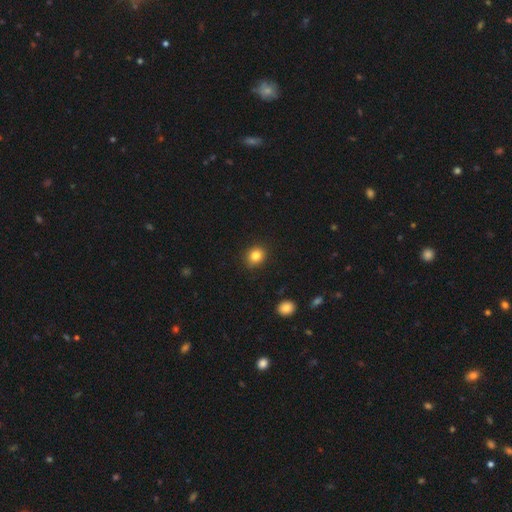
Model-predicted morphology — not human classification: Smooth or featured?
  - smooth: 83% *
  - star or artifact: 11%
  - featured or disk: 6%
How rounded?
  - round: 74% *
  - in between: 25%
  - cigar-shaped: 1%
Merging?
  - none: 88% *
  - minor disturbance: 8%
  - major disturbance: 2%
  - merger: 1%